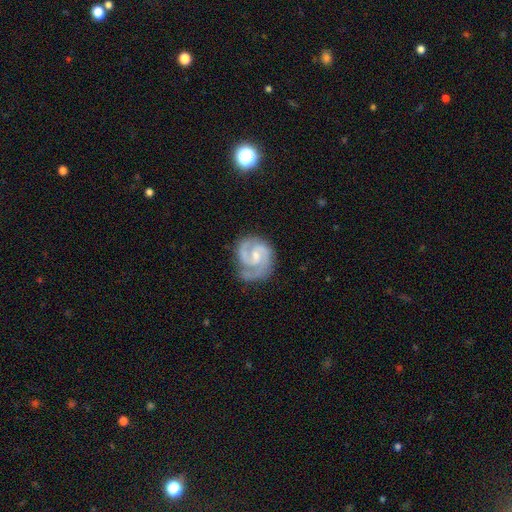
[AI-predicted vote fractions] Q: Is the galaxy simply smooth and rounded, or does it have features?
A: featured or disk — 90%.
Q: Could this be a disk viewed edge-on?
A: no — 98%.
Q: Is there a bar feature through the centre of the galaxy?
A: weak — 52%.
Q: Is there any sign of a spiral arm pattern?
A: yes — 98%.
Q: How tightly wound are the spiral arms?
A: medium — 48%.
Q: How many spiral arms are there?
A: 2 — 82%.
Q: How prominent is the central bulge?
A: small — 55%.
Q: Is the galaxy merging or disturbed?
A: none — 72%.